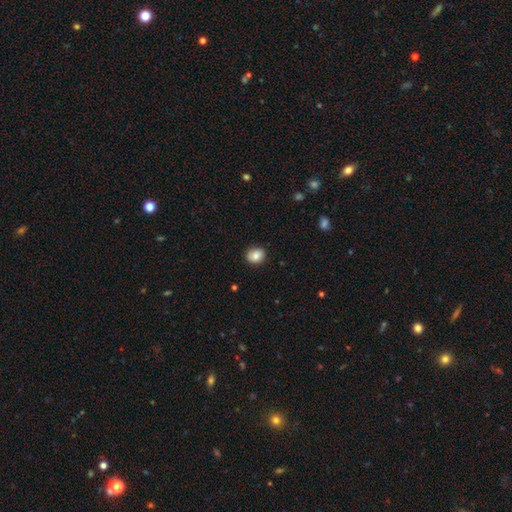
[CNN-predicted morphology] Q: Smooth or featured?
A: smooth (85%); runner-up: star or artifact (9%)
Q: How rounded?
A: round (62%); runner-up: in between (37%)
Q: Merging?
A: none (85%); runner-up: minor disturbance (11%)